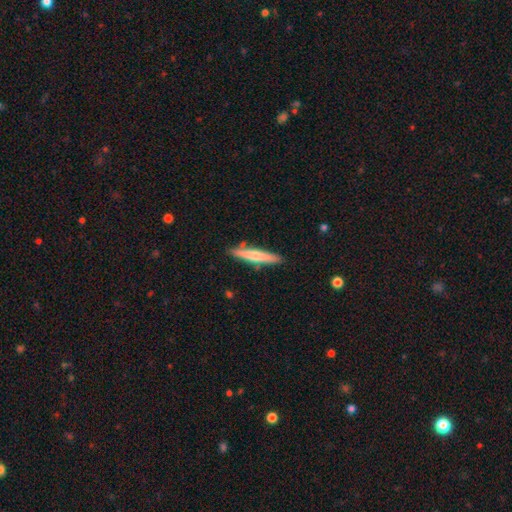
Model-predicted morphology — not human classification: smooth_or_featured: smooth (p=0.60) [alt: featured or disk p=0.35]
how_rounded: cigar-shaped (p=0.91) [alt: in between p=0.08]
merging: none (p=0.84) [alt: minor disturbance p=0.11]